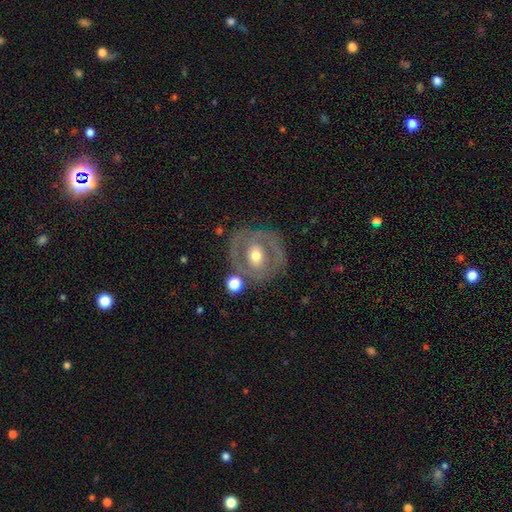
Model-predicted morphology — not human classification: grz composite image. It shows a featured or disk galaxy (62%) with no bar (54%), no spiral arms (67%) and a moderate central bulge (73%). Merging: none (72%).